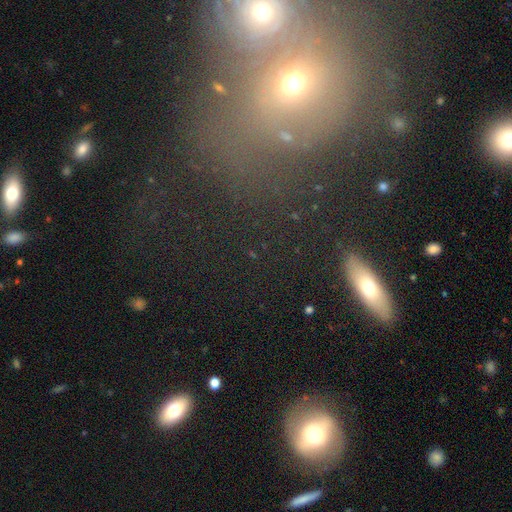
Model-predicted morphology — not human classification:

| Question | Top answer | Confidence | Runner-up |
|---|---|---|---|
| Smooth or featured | smooth | 42% | featured or disk (33%) |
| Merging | none | 57% | merger (21%) |